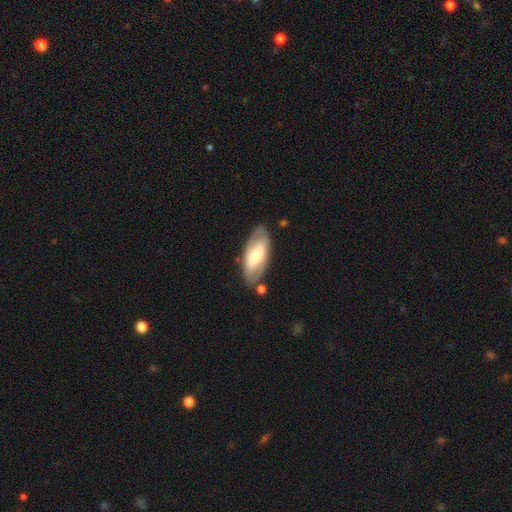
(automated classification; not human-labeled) smooth 51%, featured or disk 43%, star or artifact 5%. Down the decision tree: how rounded — in between (86%); merging — none (75%).